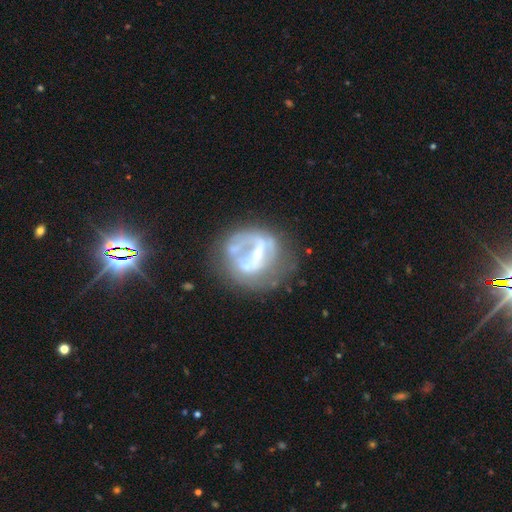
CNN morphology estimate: The model was most divided on "bar": strong: 38%, weak: 34%, no: 28%. Remaining: edge-on disk — no (97%); smooth or featured — featured or disk (71%); bulge size — small (55%); spiral arms — no (55%); merging — none (44%).